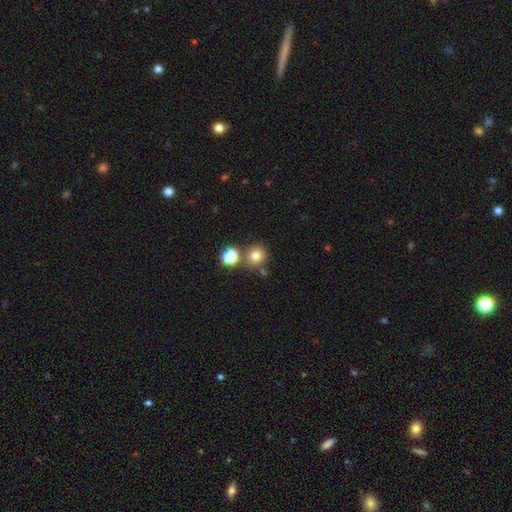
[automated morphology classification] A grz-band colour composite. It shows a smooth galaxy with no disk features (77%) that is round (88%). Merging: none (73%).